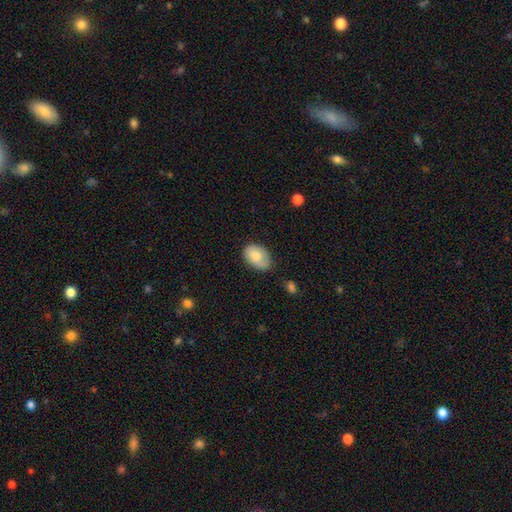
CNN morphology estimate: smooth-or-featured: smooth: 71% | featured or disk: 22% | star or artifact: 7%
  how-rounded: in between: 85% | round: 14% | cigar-shaped: 1%
  merging: none: 62% | minor disturbance: 29% | major disturbance: 7% | merger: 2%